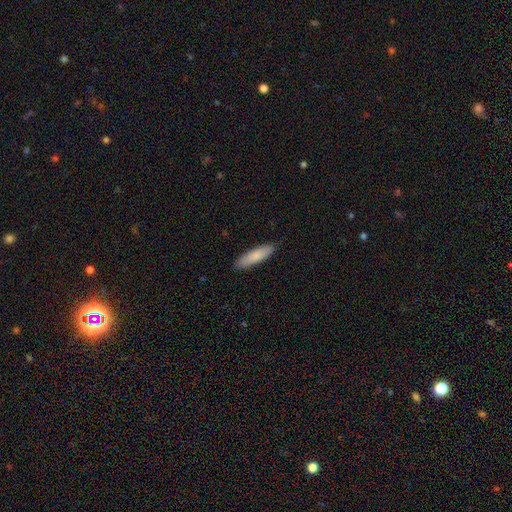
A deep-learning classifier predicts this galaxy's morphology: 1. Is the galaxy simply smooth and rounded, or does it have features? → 84% smooth, 11% featured or disk, 5% star or artifact.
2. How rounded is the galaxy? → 67% cigar-shaped, 31% in between, 1% round.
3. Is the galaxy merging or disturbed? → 89% none, 9% minor disturbance, 2% major disturbance, 1% merger.